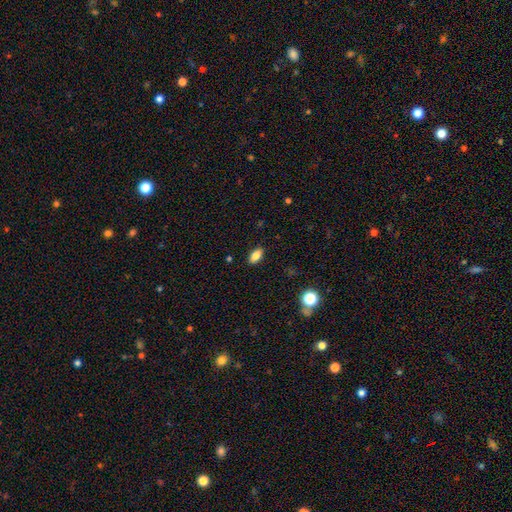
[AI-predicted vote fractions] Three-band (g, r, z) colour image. It shows a smooth galaxy with no disk features (82%) that is in between round and cigar-shaped (89%). Merging: none (88%).